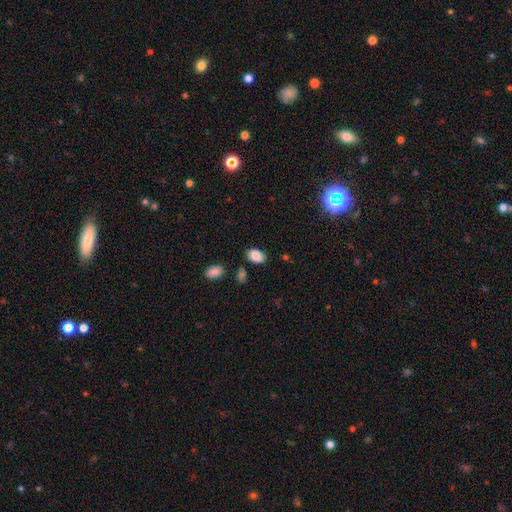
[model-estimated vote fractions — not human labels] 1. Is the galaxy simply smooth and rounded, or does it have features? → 87% smooth, 8% star or artifact, 5% featured or disk.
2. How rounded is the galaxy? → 89% in between, 10% round, 1% cigar-shaped.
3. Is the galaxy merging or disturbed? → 82% none, 11% minor disturbance, 4% merger, 3% major disturbance.